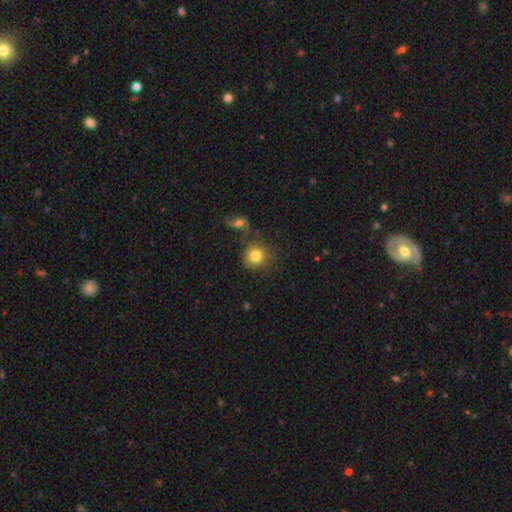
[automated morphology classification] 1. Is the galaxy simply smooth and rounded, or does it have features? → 81% smooth, 10% featured or disk, 9% star or artifact.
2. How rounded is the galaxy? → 88% round, 11% in between, 1% cigar-shaped.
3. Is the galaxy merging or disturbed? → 70% none, 13% minor disturbance, 12% merger, 6% major disturbance.